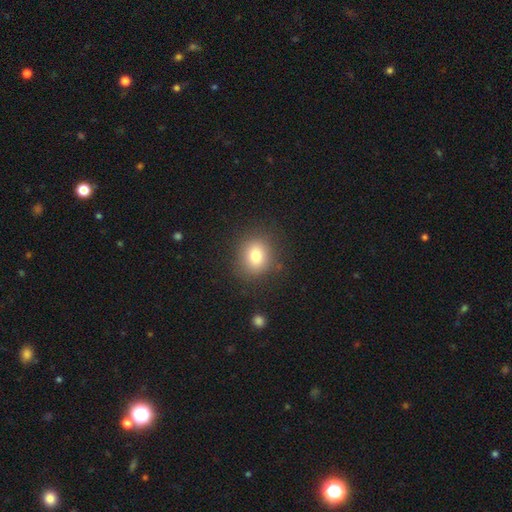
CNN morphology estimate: smooth-or-featured: smooth: 79% | star or artifact: 11% | featured or disk: 10%
  how-rounded: round: 72% | in between: 27% | cigar-shaped: 1%
  merging: none: 85% | minor disturbance: 10% | major disturbance: 4% | merger: 2%